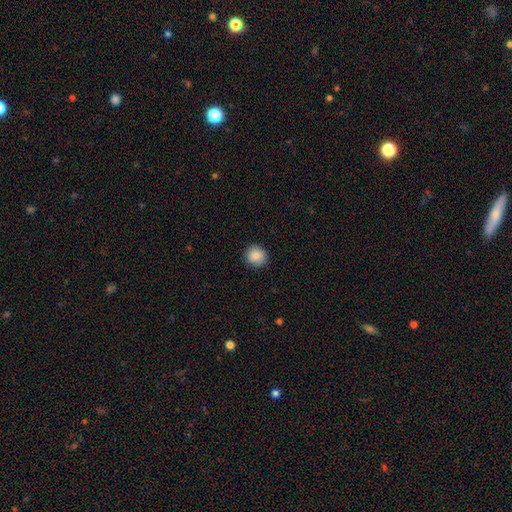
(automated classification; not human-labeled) Q: Smooth or featured?
A: smooth (86%); runner-up: star or artifact (9%)
Q: How rounded?
A: round (91%); runner-up: in between (8%)
Q: Merging?
A: none (89%); runner-up: minor disturbance (8%)